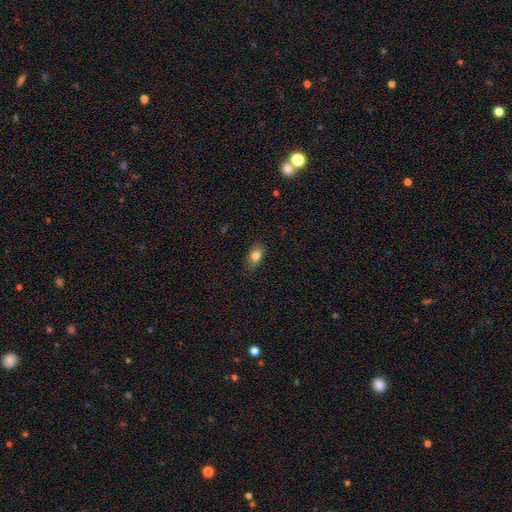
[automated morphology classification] Overall: smooth (82%). How rounded: in between (84%). Merging: none (85%).